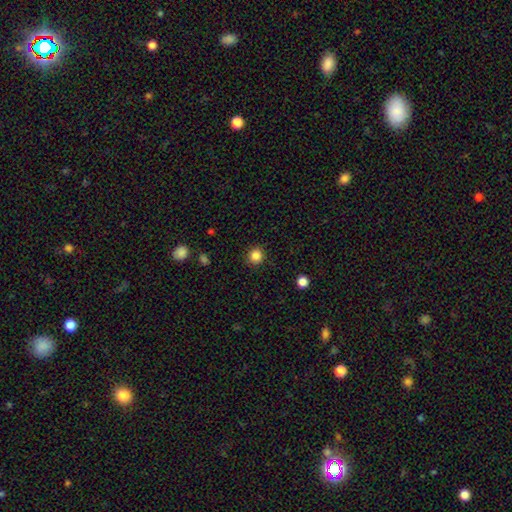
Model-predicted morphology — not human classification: A smooth galaxy with no disk features (85%) that is round (92%). Merging: none (90%).